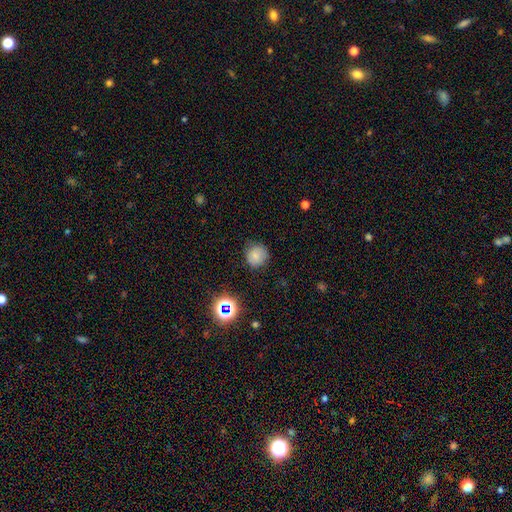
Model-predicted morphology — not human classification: The model was most divided on "smooth or featured": smooth: 75%, star or artifact: 15%, featured or disk: 10%. More confident: how rounded — round (89%); merging — none (78%).